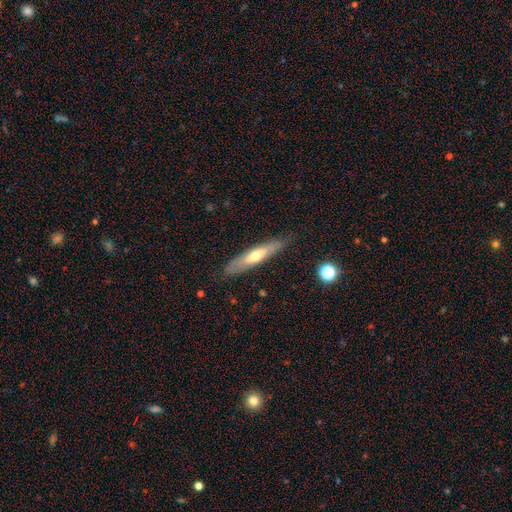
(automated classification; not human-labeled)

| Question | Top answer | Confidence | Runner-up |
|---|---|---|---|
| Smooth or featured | smooth | 48% | featured or disk (46%) |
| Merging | none | 83% | minor disturbance (13%) |